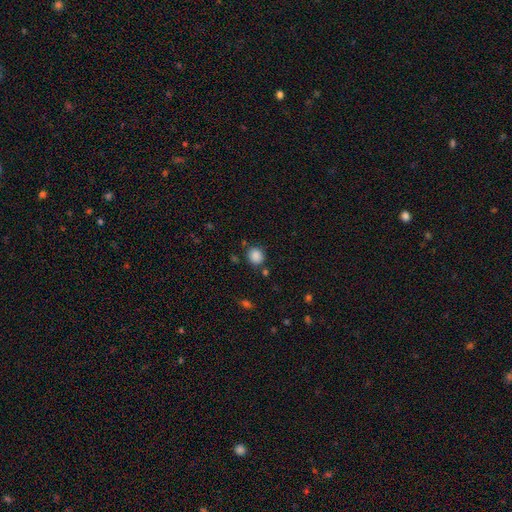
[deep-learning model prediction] Q: Smooth or featured?
A: smooth (87%); runner-up: star or artifact (10%)
Q: How rounded?
A: round (79%); runner-up: in between (20%)
Q: Merging?
A: none (80%); runner-up: minor disturbance (11%)